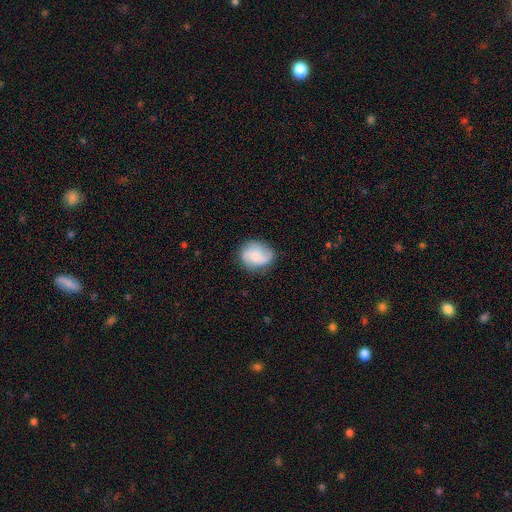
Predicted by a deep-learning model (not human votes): A smooth galaxy with no disk features (53%) that is round (62%).

Vote fractions:
- Smooth or featured? smooth: 53% / featured or disk: 38% / star or artifact: 8%
- How rounded? round: 62% / in between: 37% / cigar-shaped: 1%
- Merging? none: 74% / minor disturbance: 19% / major disturbance: 6% / merger: 1%